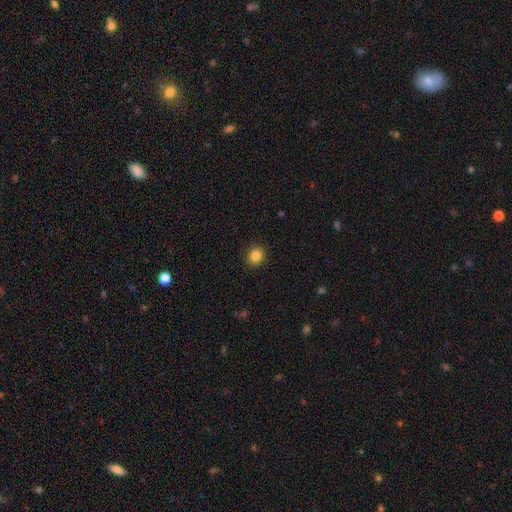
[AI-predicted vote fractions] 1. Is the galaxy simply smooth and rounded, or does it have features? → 85% smooth, 11% star or artifact, 5% featured or disk.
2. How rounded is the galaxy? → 76% round, 23% in between, 1% cigar-shaped.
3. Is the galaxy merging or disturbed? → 91% none, 6% minor disturbance, 2% major disturbance, 1% merger.